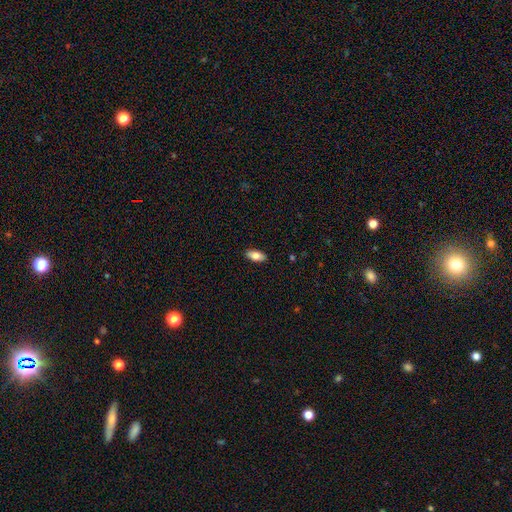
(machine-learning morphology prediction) Smooth or featured? smooth (80%)
How rounded? in between (88%)
Merging? none (90%)